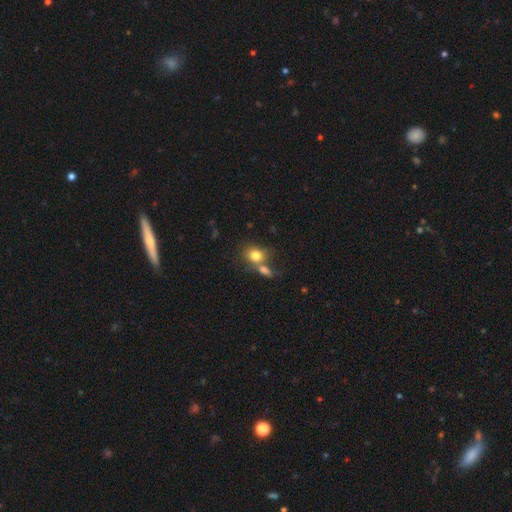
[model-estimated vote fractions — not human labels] Q: Smooth or featured?
A: smooth (80%); runner-up: featured or disk (11%)
Q: How rounded?
A: round (54%); runner-up: in between (44%)
Q: Merging?
A: merger (42%); runner-up: none (40%)